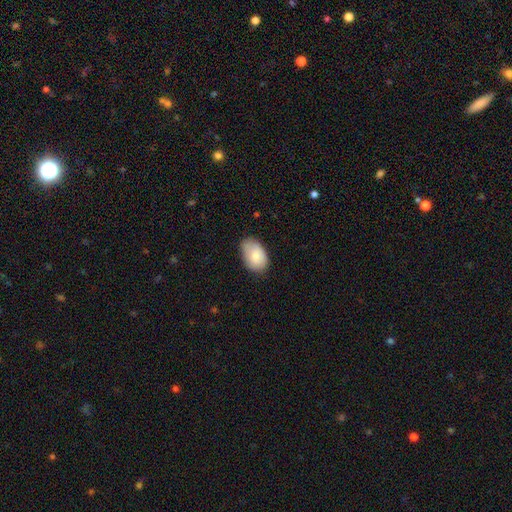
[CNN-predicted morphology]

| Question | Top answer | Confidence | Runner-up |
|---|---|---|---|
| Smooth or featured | smooth | 84% | featured or disk (10%) |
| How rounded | in between | 89% | round (10%) |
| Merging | none | 67% | minor disturbance (27%) |